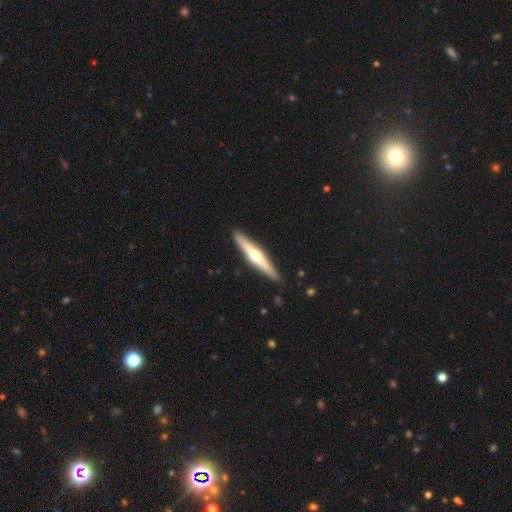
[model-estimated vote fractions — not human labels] Q: Smooth or featured?
A: featured or disk (61%); runner-up: smooth (34%)
Q: Edge-on disk?
A: yes (97%); runner-up: no (3%)
Q: Edge-on bulge?
A: rounded (88%); runner-up: none (8%)
Q: Merging?
A: none (90%); runner-up: minor disturbance (7%)